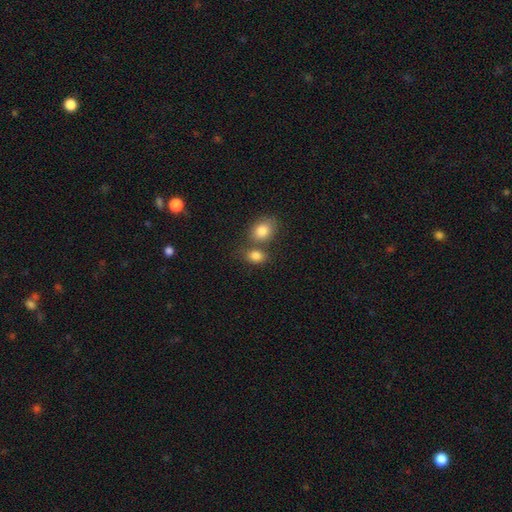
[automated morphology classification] This appears to be a smooth galaxy with no disk features (84%) that is in between round and cigar-shaped (73%). Merging: none (49%).